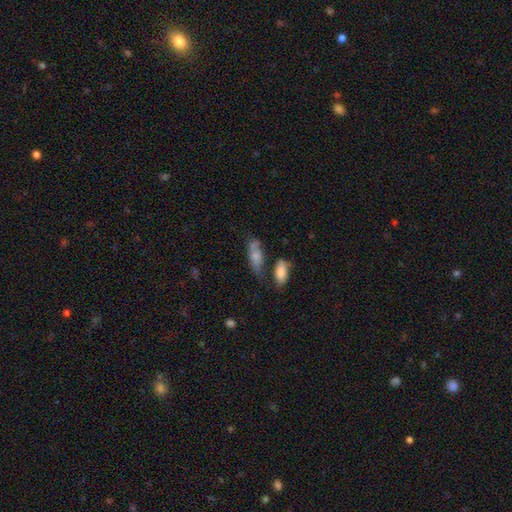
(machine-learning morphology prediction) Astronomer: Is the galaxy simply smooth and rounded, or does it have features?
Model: smooth — 66%.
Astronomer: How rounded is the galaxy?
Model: in between — 69%.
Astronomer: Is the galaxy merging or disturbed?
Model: none — 41% (runner-up: minor disturbance, 26%).